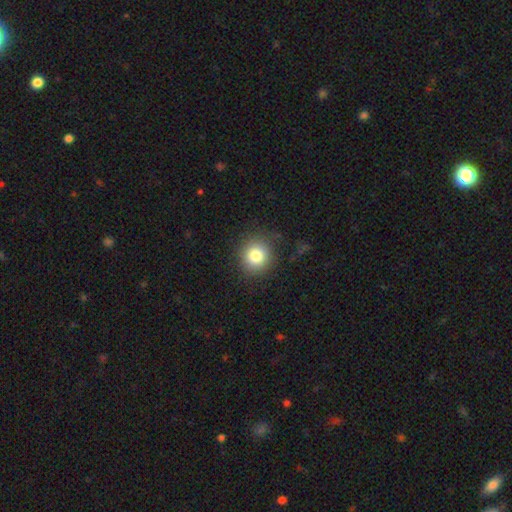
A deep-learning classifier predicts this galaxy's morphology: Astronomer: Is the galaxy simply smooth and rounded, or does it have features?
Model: smooth — 81%.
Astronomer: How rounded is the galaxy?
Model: round — 91%.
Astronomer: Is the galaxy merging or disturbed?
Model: none — 85%.